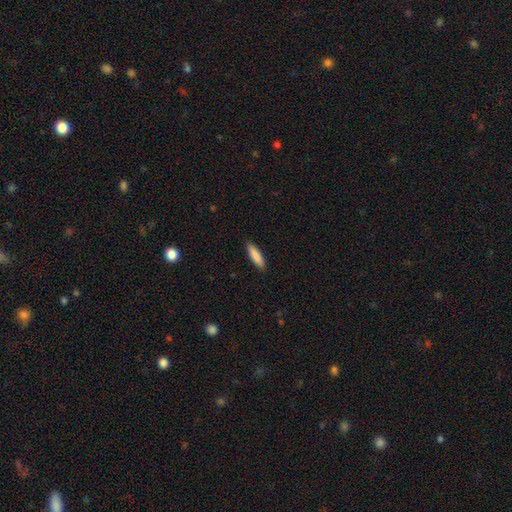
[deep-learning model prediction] This is clearly a smooth galaxy (86%). How rounded: likely cigar-shaped (70%). Merging: clearly none (90%).